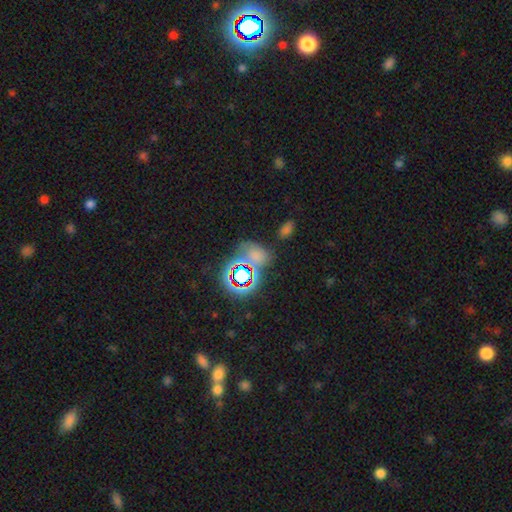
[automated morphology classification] This appears to be a star or artifact, not a galaxy (46%).